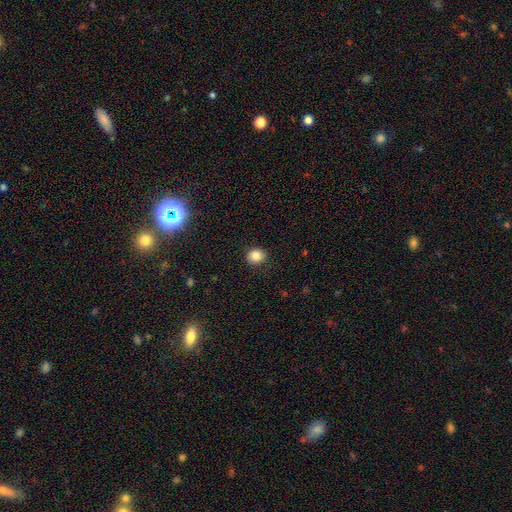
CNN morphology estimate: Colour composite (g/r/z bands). It shows a smooth galaxy with no disk features (83%) that is round (76%). Merging: none (88%).